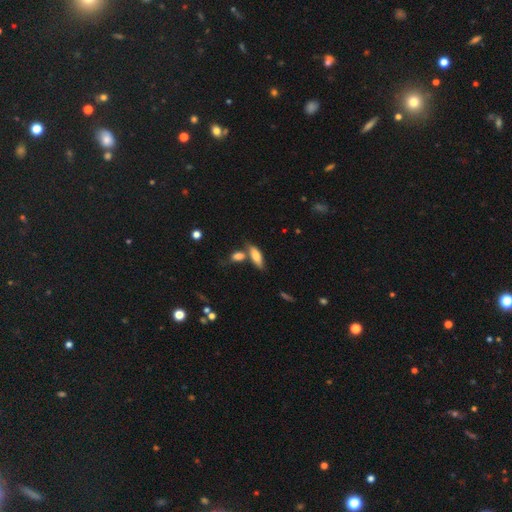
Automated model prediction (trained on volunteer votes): Q: Smooth or featured?
A: smooth (75%); runner-up: featured or disk (18%)
Q: How rounded?
A: in between (62%); runner-up: cigar-shaped (35%)
Q: Merging?
A: none (57%); runner-up: merger (24%)